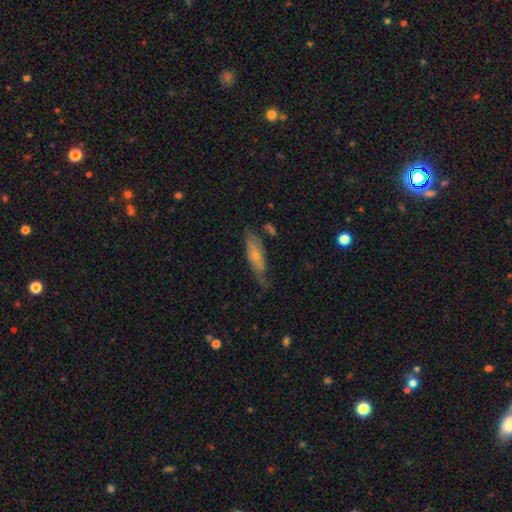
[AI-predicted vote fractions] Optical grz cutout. It shows a featured or disk galaxy (50%). Merging: none (53%).